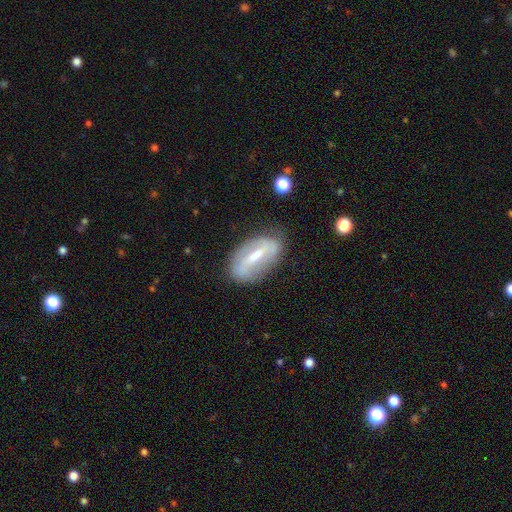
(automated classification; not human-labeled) Q: Smooth or featured?
A: featured or disk (65%); runner-up: smooth (28%)
Q: Edge-on disk?
A: no (88%); runner-up: yes (12%)
Q: Bar?
A: strong (59%); runner-up: weak (31%)
Q: Spiral arms?
A: yes (58%); runner-up: no (42%)
Q: Bulge size?
A: moderate (49%); runner-up: small (40%)
Q: Merging?
A: none (72%); runner-up: minor disturbance (19%)